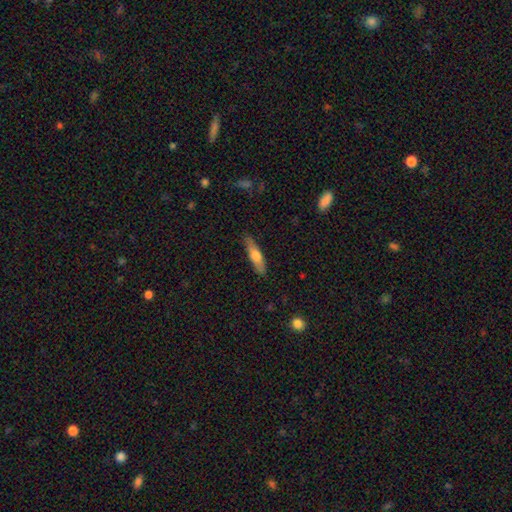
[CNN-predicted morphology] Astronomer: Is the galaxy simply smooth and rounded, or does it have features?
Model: smooth — 61%.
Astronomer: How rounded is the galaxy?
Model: cigar-shaped — 73%.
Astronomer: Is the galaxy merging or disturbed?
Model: none — 85%.